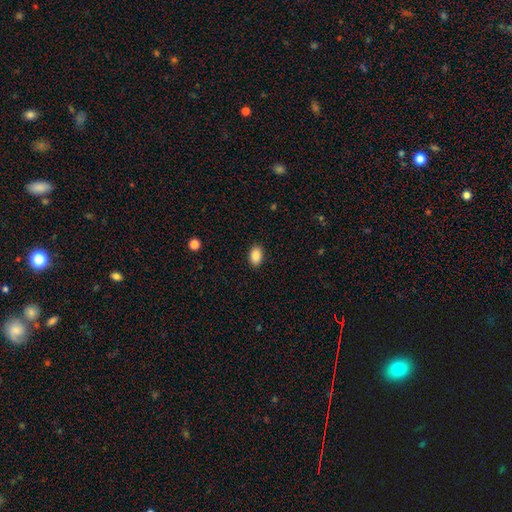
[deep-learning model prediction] A smooth galaxy with no disk features (88%) that is in between round and cigar-shaped (87%). Merging: none (89%).